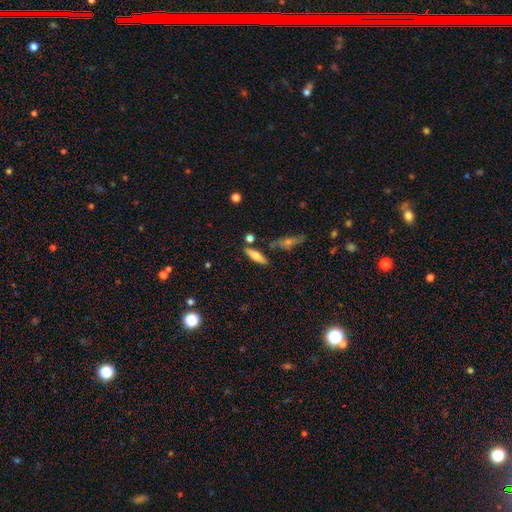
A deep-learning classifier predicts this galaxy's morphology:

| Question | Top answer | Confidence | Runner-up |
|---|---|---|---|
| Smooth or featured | smooth | 64% | featured or disk (28%) |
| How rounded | cigar-shaped | 56% | in between (41%) |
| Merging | none | 74% | minor disturbance (13%) |